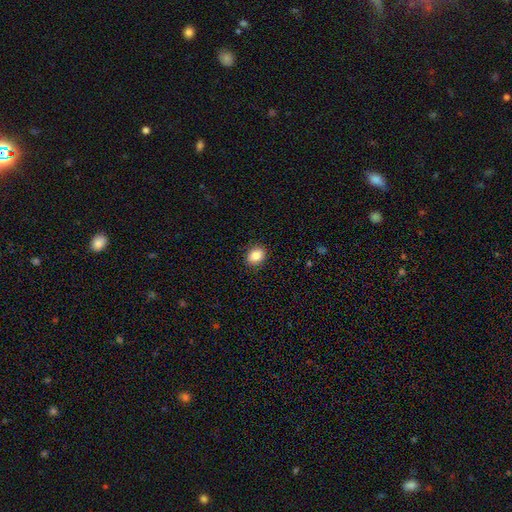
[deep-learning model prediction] Smooth or featured?
  - smooth: 86% *
  - star or artifact: 9%
  - featured or disk: 5%
How rounded?
  - in between: 51% *
  - round: 48%
  - cigar-shaped: 1%
Merging?
  - none: 89% *
  - minor disturbance: 8%
  - major disturbance: 2%
  - merger: 1%